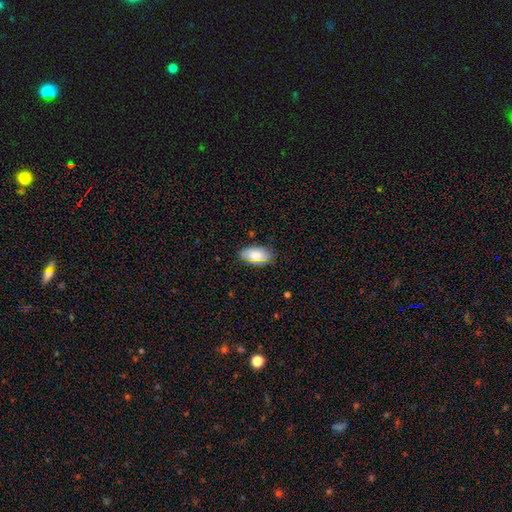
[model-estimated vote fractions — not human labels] Smooth or featured?
  - smooth: 78% *
  - featured or disk: 12%
  - star or artifact: 11%
How rounded?
  - in between: 92% *
  - round: 4%
  - cigar-shaped: 4%
Merging?
  - none: 81% *
  - minor disturbance: 15%
  - major disturbance: 3%
  - merger: 1%